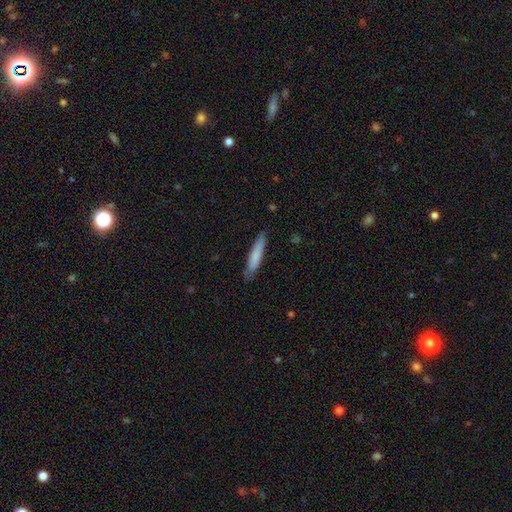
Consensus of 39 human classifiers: This is clearly a smooth galaxy (82%). How rounded: clearly cigar-shaped (97%). Merging: clearly none (87%).